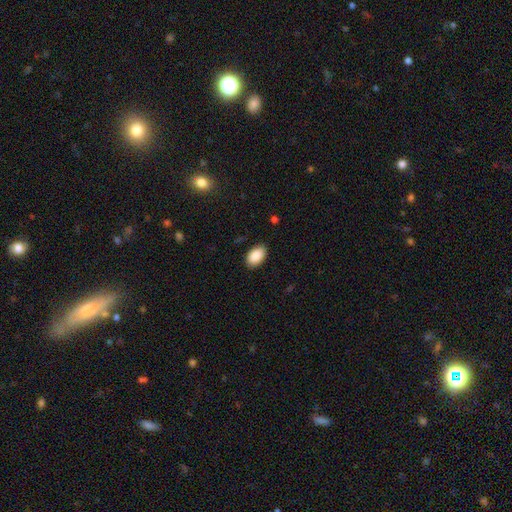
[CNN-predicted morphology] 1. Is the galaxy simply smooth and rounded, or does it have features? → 89% smooth, 7% star or artifact, 4% featured or disk.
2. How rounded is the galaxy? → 92% in between, 7% round, 1% cigar-shaped.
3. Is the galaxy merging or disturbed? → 87% none, 9% minor disturbance, 2% major disturbance, 1% merger.